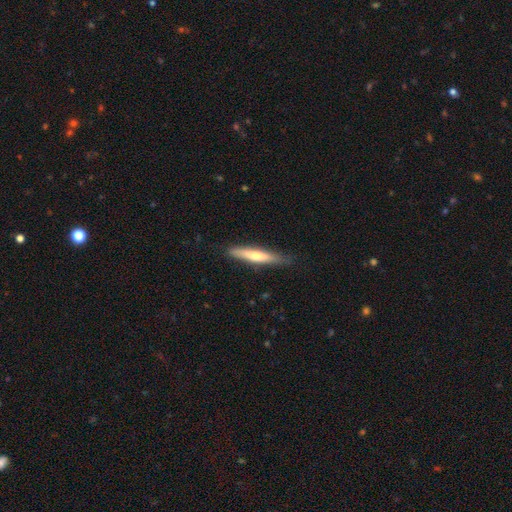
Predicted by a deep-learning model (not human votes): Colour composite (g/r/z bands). It shows a smooth galaxy with no disk features (52%) that is cigar-shaped (92%). Merging: none (83%).